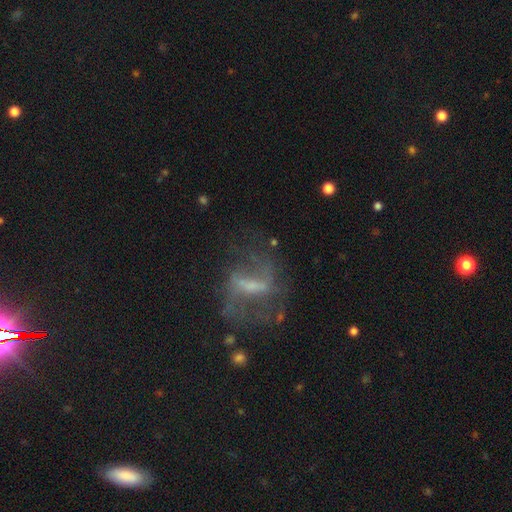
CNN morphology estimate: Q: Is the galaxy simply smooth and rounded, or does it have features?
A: featured or disk — 69%.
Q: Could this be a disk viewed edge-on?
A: no — 90%.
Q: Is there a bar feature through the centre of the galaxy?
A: strong — 46%.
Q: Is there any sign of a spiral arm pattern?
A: yes — 83%.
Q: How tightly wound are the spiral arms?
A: loose — 50%.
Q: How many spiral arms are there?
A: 2 — 77%.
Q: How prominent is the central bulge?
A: small — 39%.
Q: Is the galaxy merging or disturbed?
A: none — 64%.